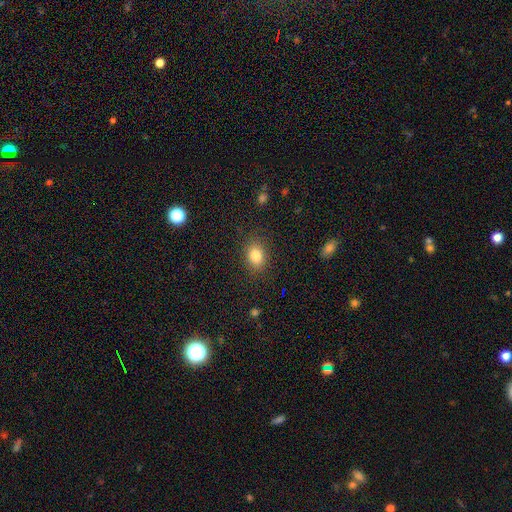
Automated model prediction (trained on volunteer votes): smooth 84%, star or artifact 10%, featured or disk 6%. Down the decision tree: how rounded — in between (66%); merging — none (85%).